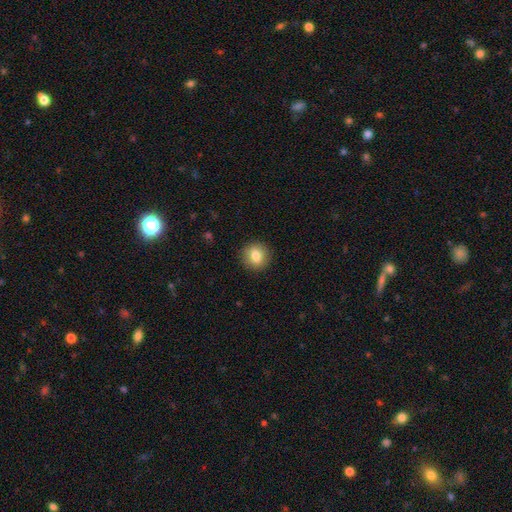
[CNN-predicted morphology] smooth-or-featured: smooth: 80% | featured or disk: 11% | star or artifact: 9%
  how-rounded: round: 85% | in between: 14% | cigar-shaped: 1%
  merging: none: 90% | minor disturbance: 7% | major disturbance: 2% | merger: 1%